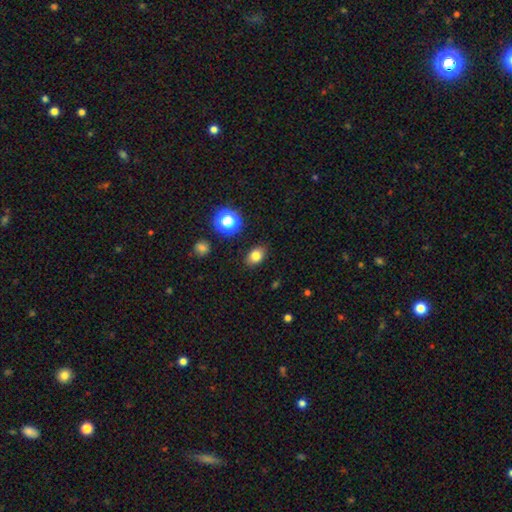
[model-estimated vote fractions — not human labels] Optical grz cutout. It shows a smooth galaxy with no disk features (80%) that is in between round and cigar-shaped (73%). Merging: none (87%).